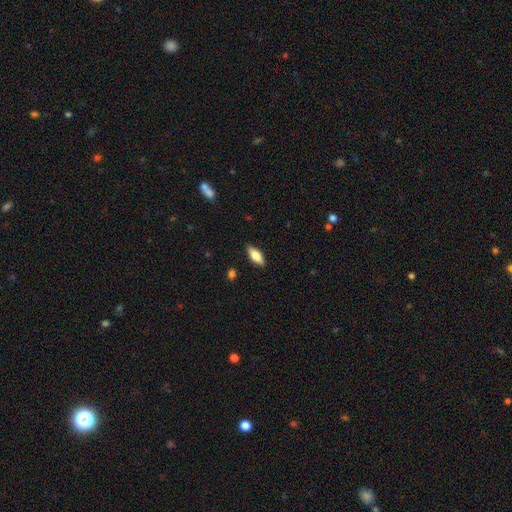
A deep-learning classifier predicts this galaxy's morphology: This appears to be a smooth galaxy with no disk features (74%) that is in between round and cigar-shaped (75%). Merging: none (87%).